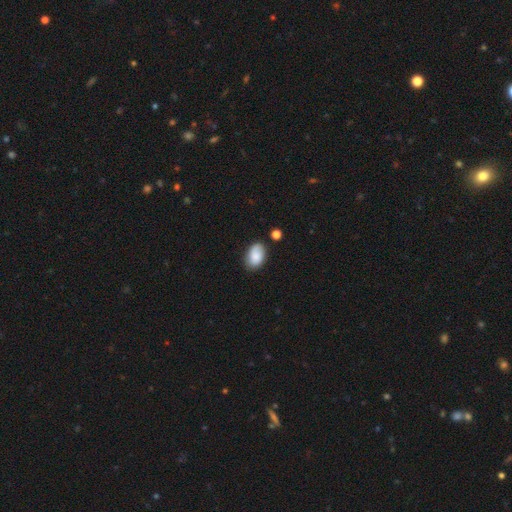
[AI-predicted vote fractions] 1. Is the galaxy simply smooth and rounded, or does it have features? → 83% smooth, 9% featured or disk, 8% star or artifact.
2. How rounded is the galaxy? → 90% in between, 9% round, 1% cigar-shaped.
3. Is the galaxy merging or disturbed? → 71% none, 21% minor disturbance, 4% major disturbance, 4% merger.